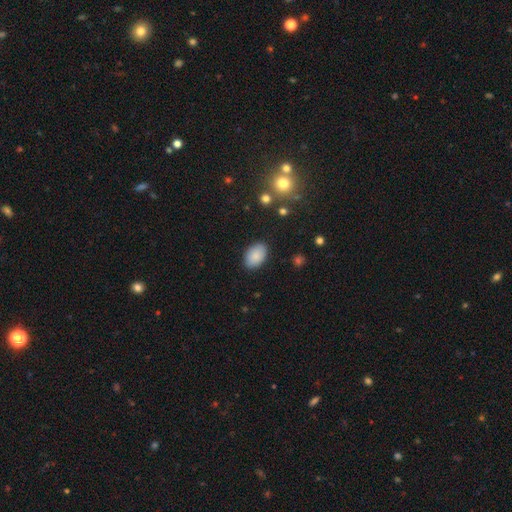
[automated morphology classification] Smooth or featured? smooth (88%)
How rounded? in between (90%)
Merging? none (88%)